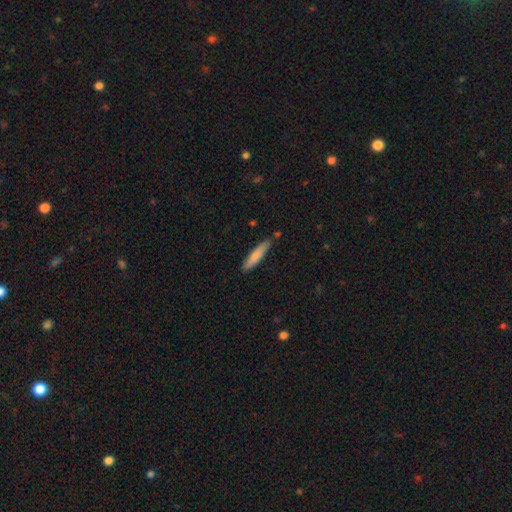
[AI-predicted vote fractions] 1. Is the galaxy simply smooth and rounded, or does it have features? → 79% smooth, 15% featured or disk, 5% star or artifact.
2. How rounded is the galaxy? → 84% cigar-shaped, 15% in between, 1% round.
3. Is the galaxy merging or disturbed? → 83% none, 13% minor disturbance, 3% merger, 2% major disturbance.